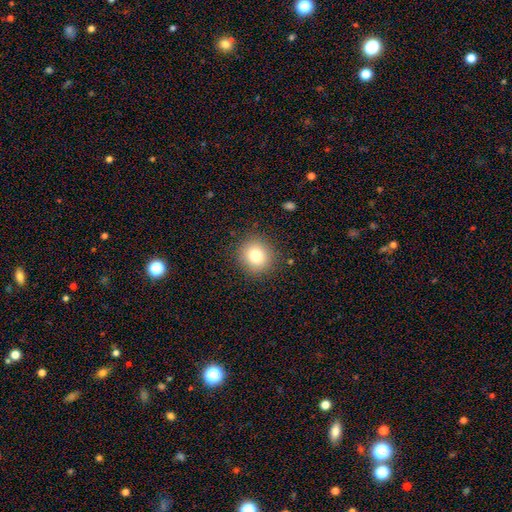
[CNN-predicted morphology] Smooth or featured: smooth — 79% (star or artifact — 12%)
How rounded: round — 87% (in between — 12%)
Merging: none — 89% (minor disturbance — 8%)